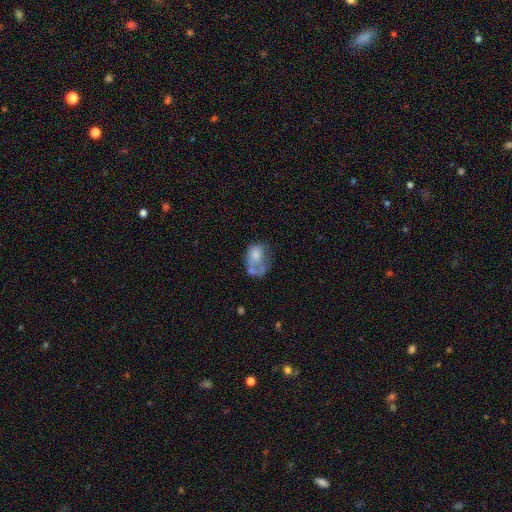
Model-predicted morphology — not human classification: A smooth galaxy with no disk features (52%) that is in between round and cigar-shaped (73%). Merging: major disturbance (35%).